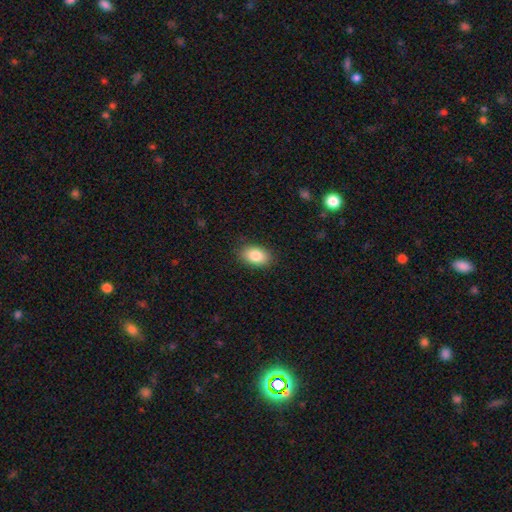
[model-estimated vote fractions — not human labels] This appears to be a smooth galaxy with no disk features (85%) that is in between round and cigar-shaped (88%). Merging: none (87%).